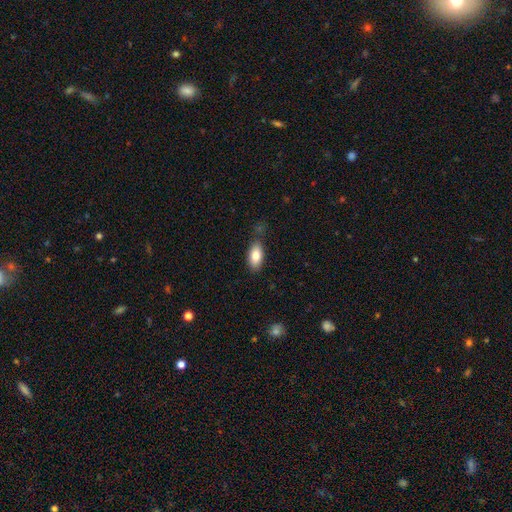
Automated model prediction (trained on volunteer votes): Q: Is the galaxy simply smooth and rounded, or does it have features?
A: smooth — 81%.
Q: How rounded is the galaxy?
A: in between — 90%.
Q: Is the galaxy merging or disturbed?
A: none — 74%.